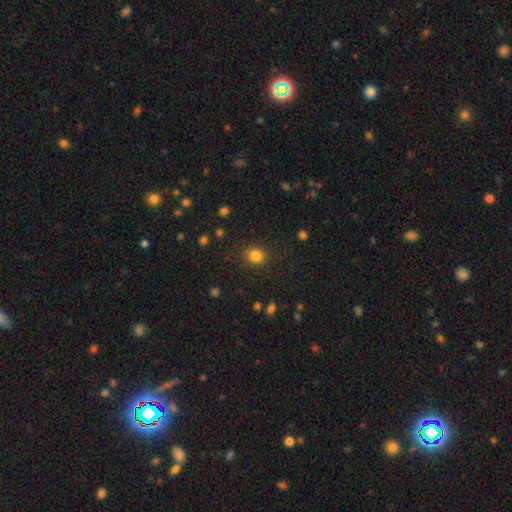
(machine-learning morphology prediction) Smooth or featured: smooth — 83% (star or artifact — 13%)
How rounded: round — 80% (in between — 19%)
Merging: none — 88% (minor disturbance — 8%)